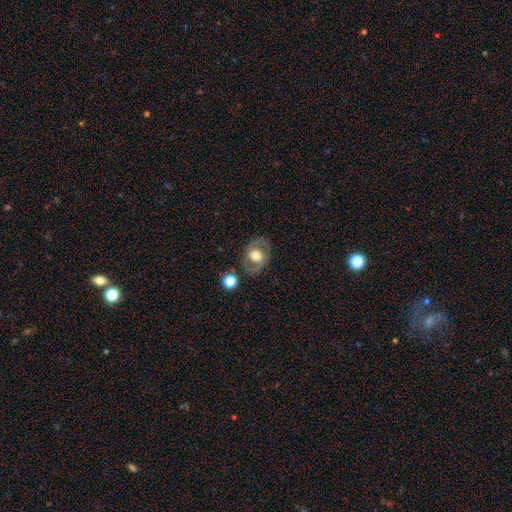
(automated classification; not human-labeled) The model was most divided on "spiral arms": no: 54%, yes: 46%. More confident: edge-on disk — no (94%); merging — none (79%); bar — no (70%); smooth or featured — featured or disk (57%); bulge size — moderate (50%).